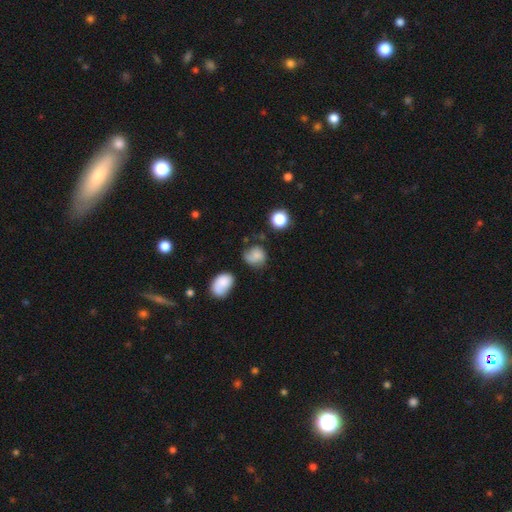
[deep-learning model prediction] smooth 72%, featured or disk 16%, star or artifact 11%. Down the decision tree: how rounded — round (70%); merging — none (55%).